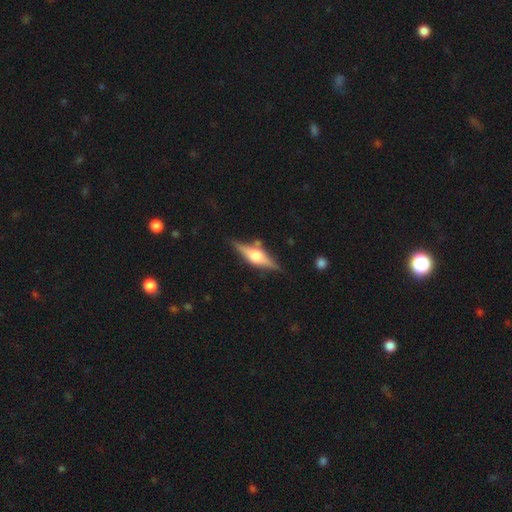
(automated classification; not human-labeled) Morphology: type=featured or disk (71%); edge-on=yes (96%); edge-on bulge=rounded (90%); merging=none (82%).